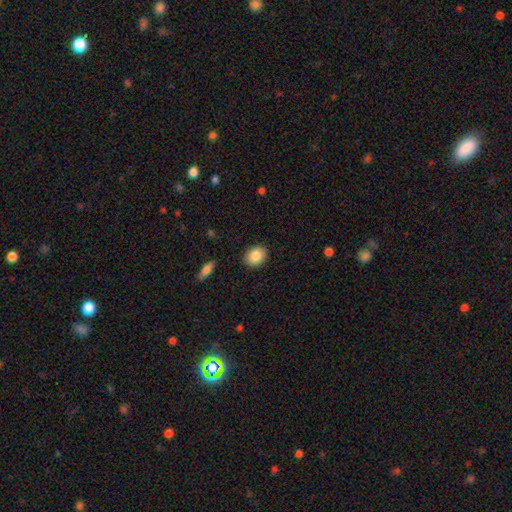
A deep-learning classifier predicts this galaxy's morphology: Smooth or featured? smooth (86%)
How rounded? in between (54%)
Merging? none (89%)